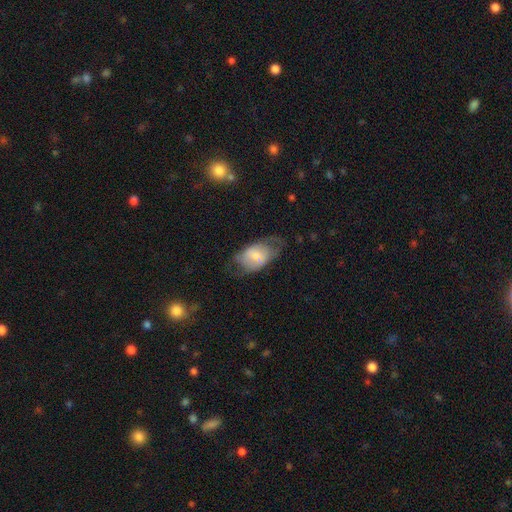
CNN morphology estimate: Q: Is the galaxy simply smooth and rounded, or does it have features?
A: smooth — 59%.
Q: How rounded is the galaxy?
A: in between — 88%.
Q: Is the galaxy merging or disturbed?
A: none — 43%.